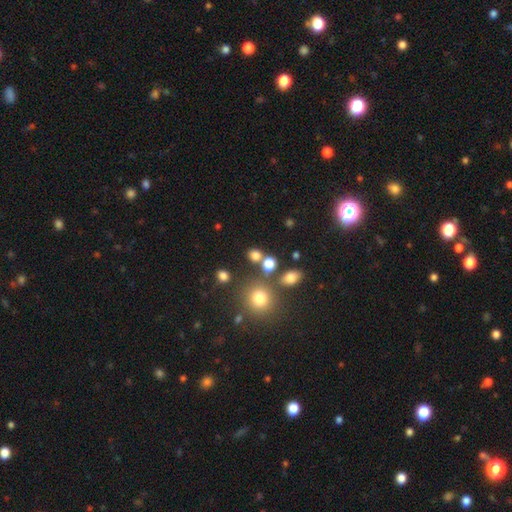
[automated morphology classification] Smooth or featured?
  - smooth: 75% *
  - star or artifact: 17%
  - featured or disk: 8%
How rounded?
  - round: 71% *
  - in between: 27%
  - cigar-shaped: 1%
Merging?
  - none: 68% *
  - merger: 18%
  - minor disturbance: 9%
  - major disturbance: 5%